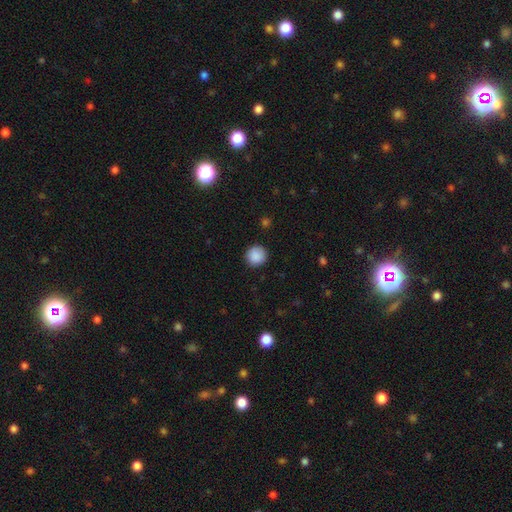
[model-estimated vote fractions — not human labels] Smooth or featured? smooth (89%)
How rounded? round (94%)
Merging? none (90%)